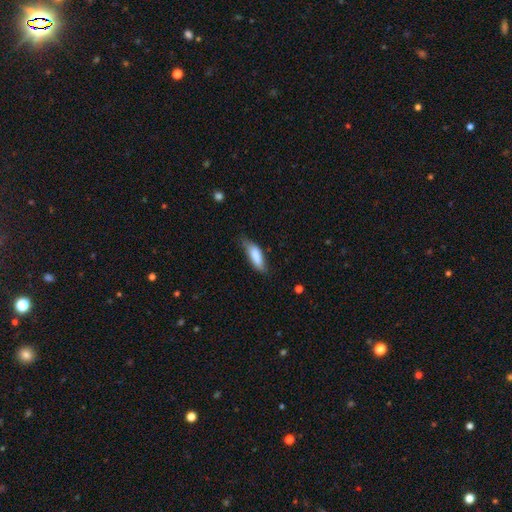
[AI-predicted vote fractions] Smooth or featured? smooth (82%)
How rounded? in between (60%)
Merging? none (56%)